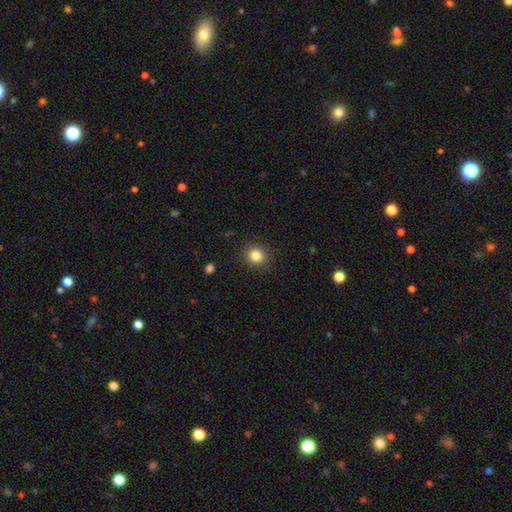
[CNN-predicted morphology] Smooth or featured?
  - smooth: 84% *
  - star or artifact: 11%
  - featured or disk: 5%
How rounded?
  - round: 87% *
  - in between: 12%
  - cigar-shaped: 1%
Merging?
  - none: 90% *
  - minor disturbance: 7%
  - major disturbance: 2%
  - merger: 1%